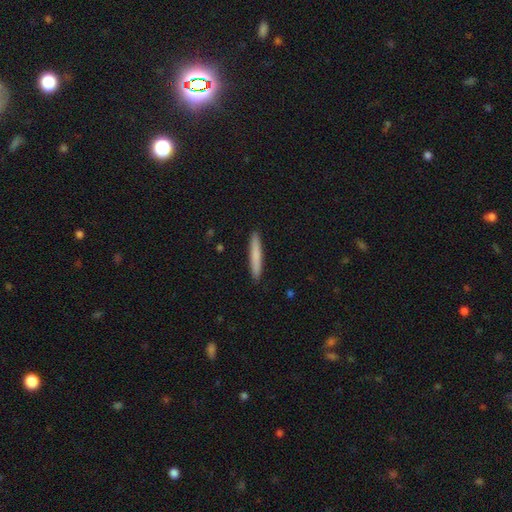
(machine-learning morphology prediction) The model was most divided on "smooth or featured": smooth: 77%, featured or disk: 18%, star or artifact: 5%. More confident: how rounded — cigar-shaped (95%); merging — none (92%).